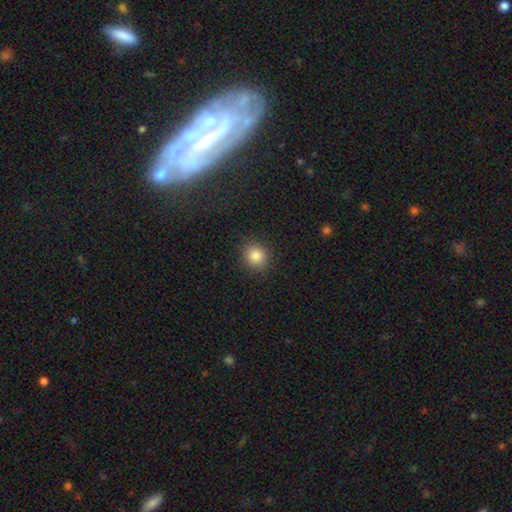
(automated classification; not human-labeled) Smooth or featured? smooth (84%)
How rounded? round (87%)
Merging? none (90%)